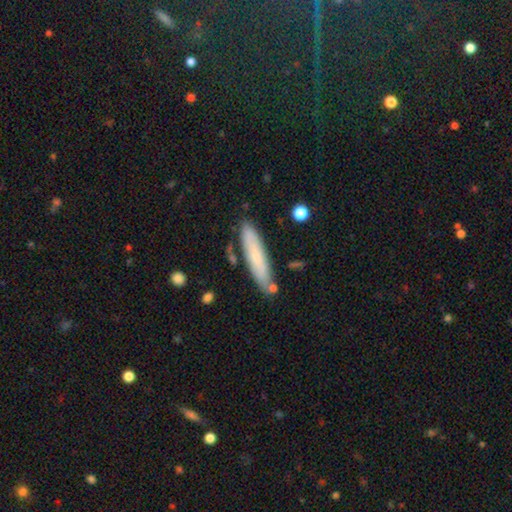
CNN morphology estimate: This is likely a smooth galaxy (68%). How rounded: clearly cigar-shaped (84%). Merging: clearly none (80%).